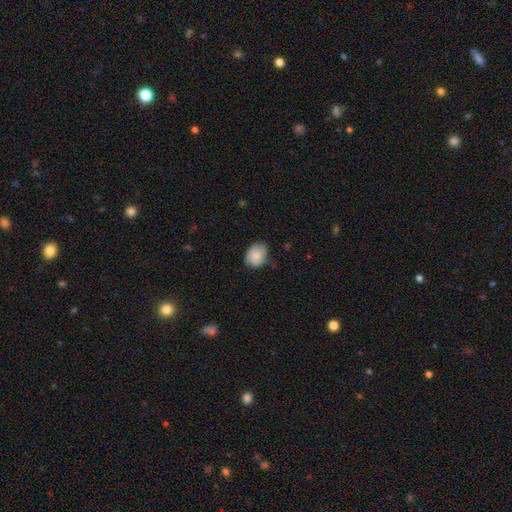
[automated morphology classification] A smooth galaxy with no disk features (84%) that is in between round and cigar-shaped (57%).

Vote fractions:
- Smooth or featured? smooth: 84% / featured or disk: 9% / star or artifact: 7%
- How rounded? in between: 57% / round: 42% / cigar-shaped: 1%
- Merging? none: 67% / minor disturbance: 27% / major disturbance: 5% / merger: 1%